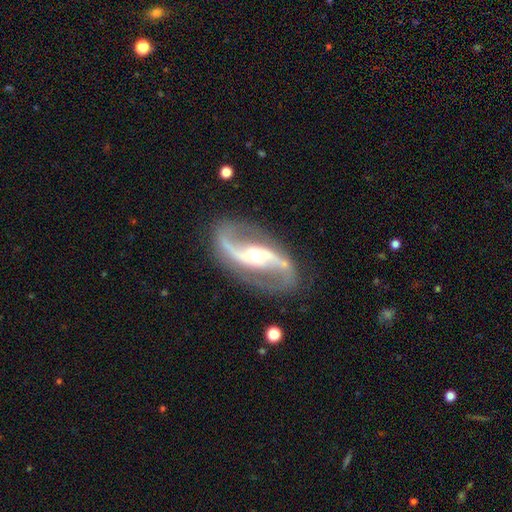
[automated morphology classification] type=featured or disk (92%); edge-on=no (96%); bar=strong (38%); spiral arms=yes (98%); winding=loose (50%); arm count=2 (94%); bulge=moderate (62%); merging=none (84%).